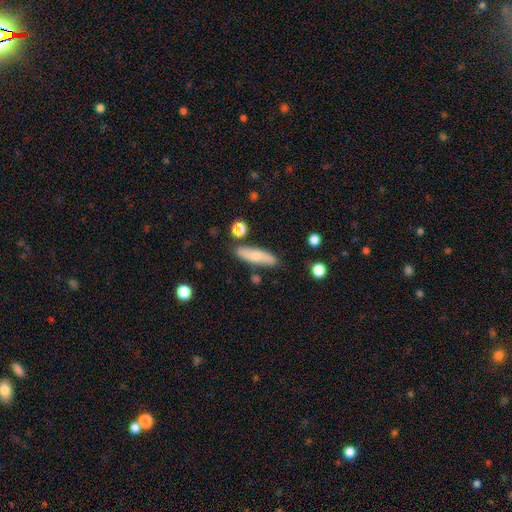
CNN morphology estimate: type=smooth (72%); roundness=cigar-shaped (58%); merging=none (80%).